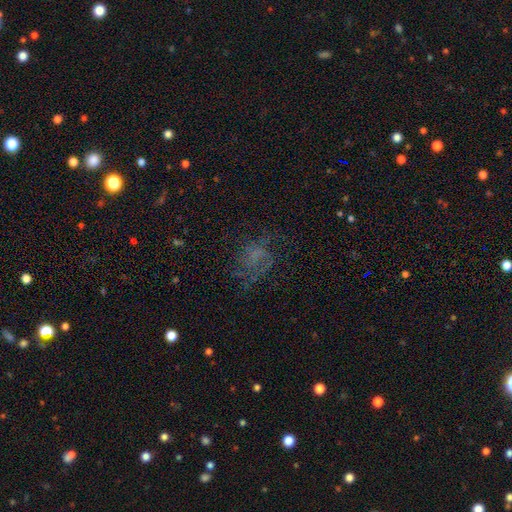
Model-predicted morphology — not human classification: The model was most divided on "smooth or featured": featured or disk: 44%, smooth: 34%, star or artifact: 22%. Remaining: merging — none (45%).